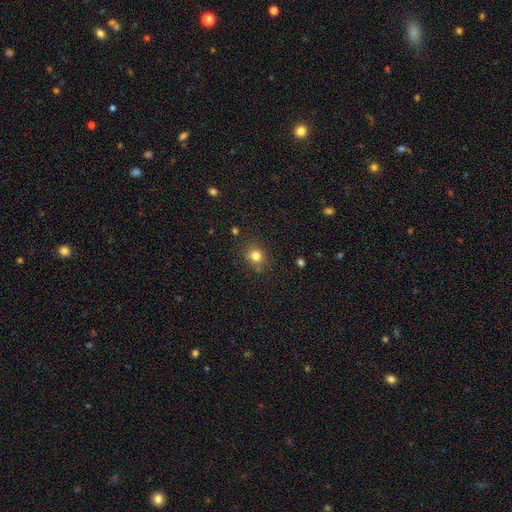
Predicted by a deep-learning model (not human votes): smooth_or_featured: smooth (p=0.79) [alt: star or artifact p=0.14]
how_rounded: round (p=0.82) [alt: in between p=0.17]
merging: none (p=0.83) [alt: minor disturbance p=0.11]